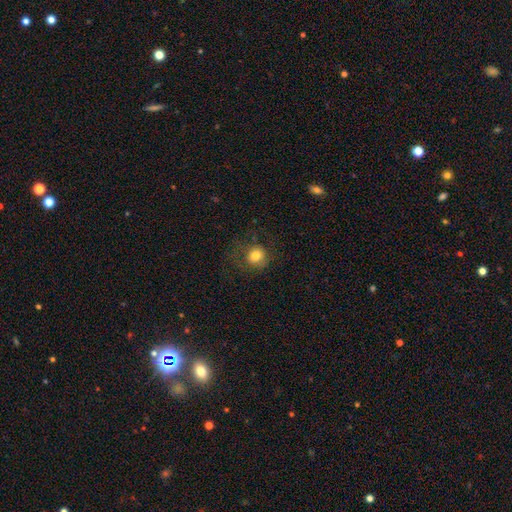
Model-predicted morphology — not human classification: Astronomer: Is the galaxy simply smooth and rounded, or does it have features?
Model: smooth — 80%.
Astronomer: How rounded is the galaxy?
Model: round — 86%.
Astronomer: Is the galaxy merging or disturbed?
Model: none — 70%.